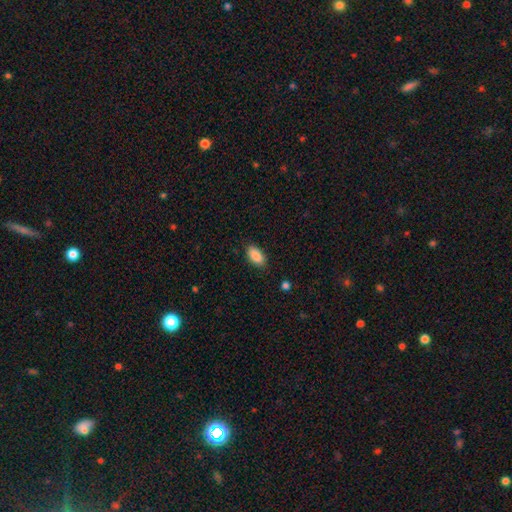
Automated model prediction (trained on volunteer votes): Morphology: type=smooth (89%); roundness=in between (92%); merging=none (86%).